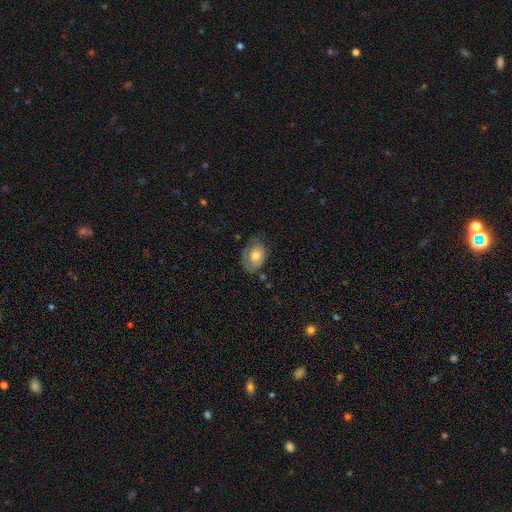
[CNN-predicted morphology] Q: Smooth or featured?
A: smooth (59%); runner-up: featured or disk (34%)
Q: How rounded?
A: in between (71%); runner-up: round (28%)
Q: Merging?
A: none (49%); runner-up: minor disturbance (32%)